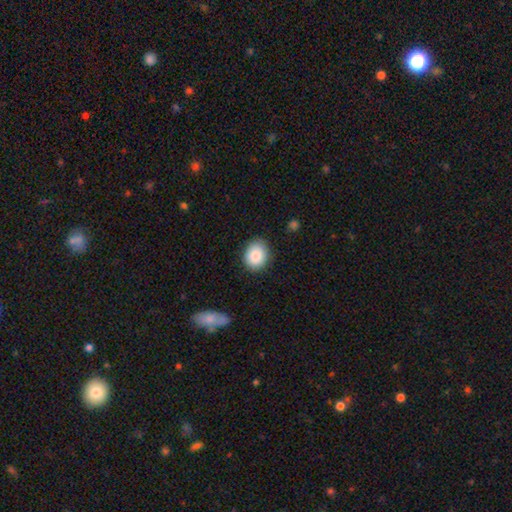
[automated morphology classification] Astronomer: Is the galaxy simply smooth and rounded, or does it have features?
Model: smooth — 86%.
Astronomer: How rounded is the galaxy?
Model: round — 54% (runner-up: in between, 45%).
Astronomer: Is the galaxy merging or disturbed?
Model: none — 85%.